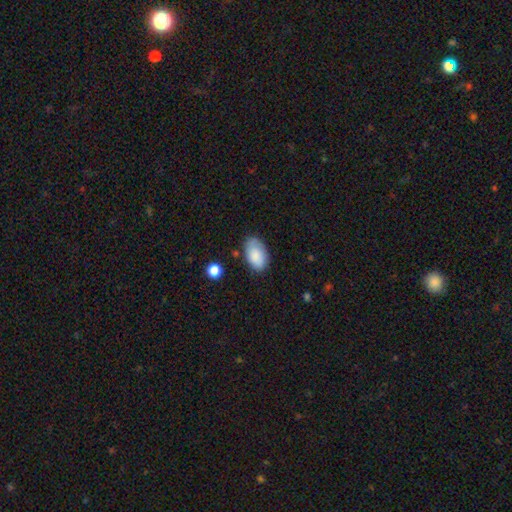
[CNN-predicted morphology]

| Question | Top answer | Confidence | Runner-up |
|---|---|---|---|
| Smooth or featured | smooth | 86% | featured or disk (8%) |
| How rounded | in between | 94% | round (5%) |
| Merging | none | 73% | minor disturbance (20%) |